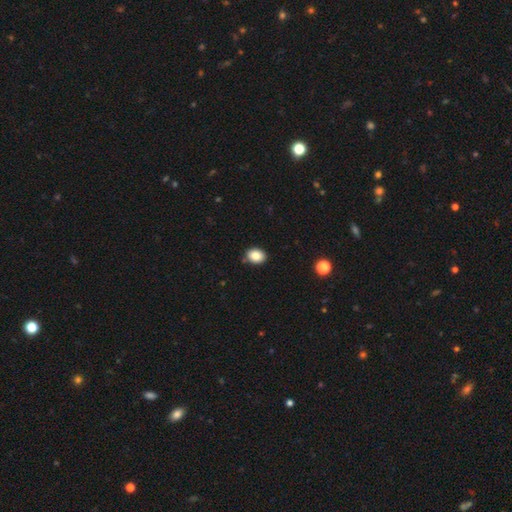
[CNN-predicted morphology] smooth-or-featured: smooth: 85% | star or artifact: 9% | featured or disk: 6%
  how-rounded: in between: 57% | round: 42% | cigar-shaped: 1%
  merging: none: 85% | minor disturbance: 10% | merger: 2% | major disturbance: 2%